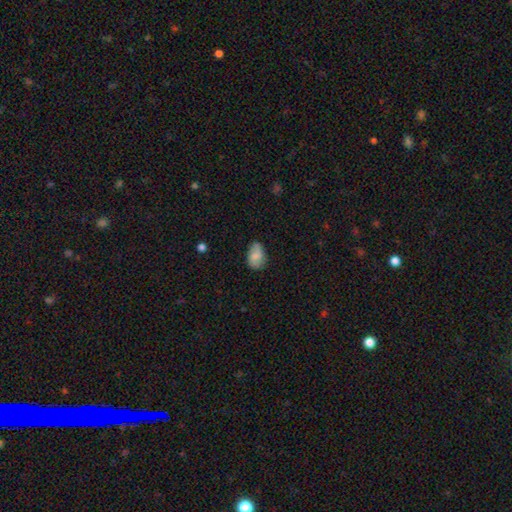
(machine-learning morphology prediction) Q: Smooth or featured?
A: smooth (77%); runner-up: featured or disk (15%)
Q: How rounded?
A: in between (87%); runner-up: round (12%)
Q: Merging?
A: none (61%); runner-up: minor disturbance (31%)